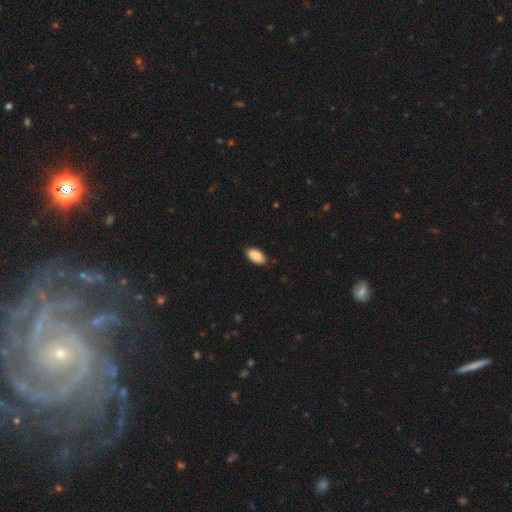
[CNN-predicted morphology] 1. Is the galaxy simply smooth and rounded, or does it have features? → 90% smooth, 6% star or artifact, 4% featured or disk.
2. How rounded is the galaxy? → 95% in between, 3% cigar-shaped, 3% round.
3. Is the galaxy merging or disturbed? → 84% none, 13% minor disturbance, 2% major disturbance, 1% merger.